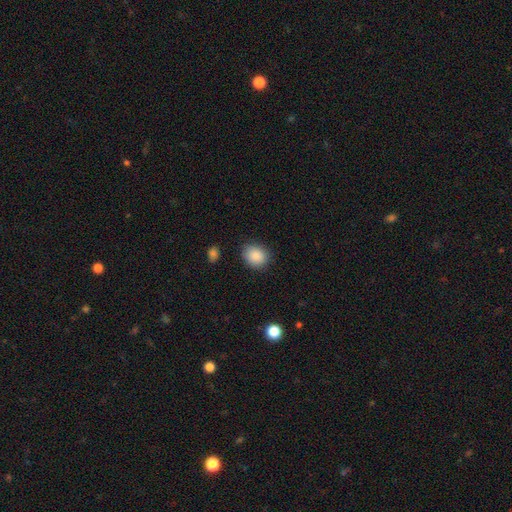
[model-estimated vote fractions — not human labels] Overall: smooth (87%). How rounded: round (61%; in between 39%). Merging: none (85%).